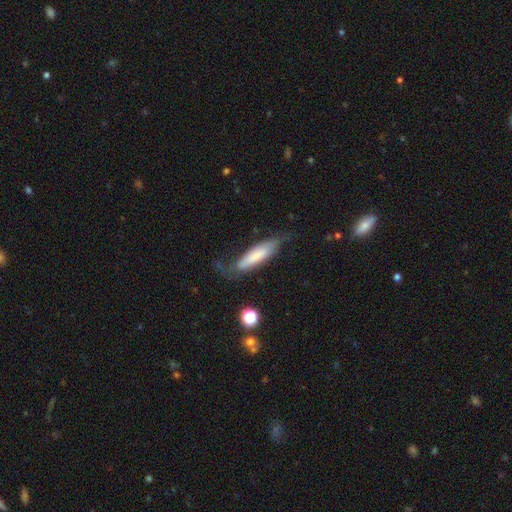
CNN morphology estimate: type=smooth (67%); roundness=cigar-shaped (67%); merging=none (58%).